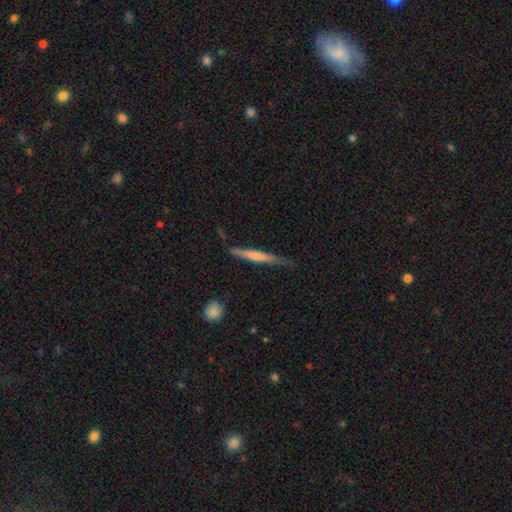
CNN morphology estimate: Smooth or featured: featured or disk — 53% (smooth — 41%)
Edge-on disk: yes — 96% (no — 4%)
Edge-on bulge: none — 53% (rounded — 34%)
Merging: none — 80% (minor disturbance — 16%)